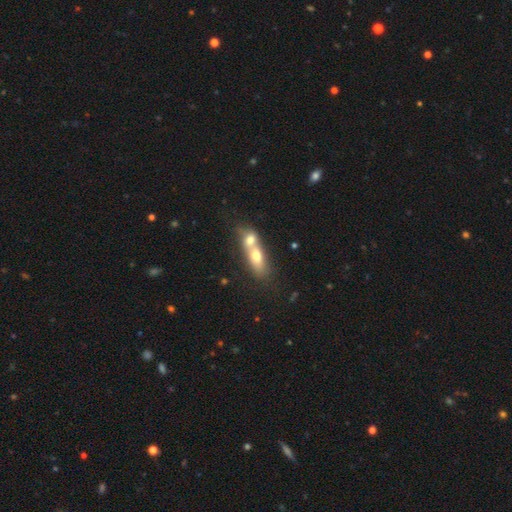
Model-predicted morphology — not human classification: The model was most divided on "smooth or featured": smooth: 64%, featured or disk: 28%, star or artifact: 8%. More confident: merging — merger (79%); how rounded — in between (67%).